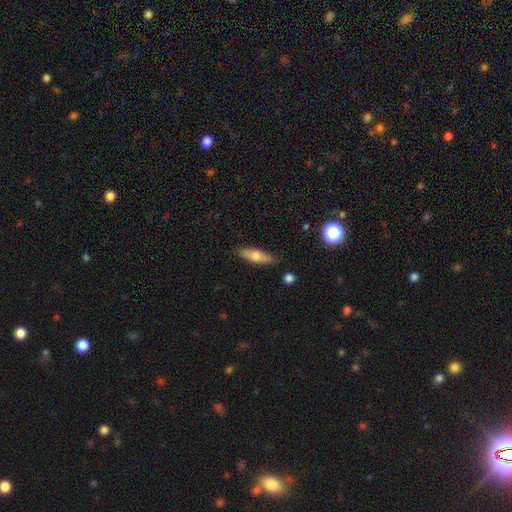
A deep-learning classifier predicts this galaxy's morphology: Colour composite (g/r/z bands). It shows a smooth galaxy with no disk features (63%) that is cigar-shaped (50%). Merging: none (84%).